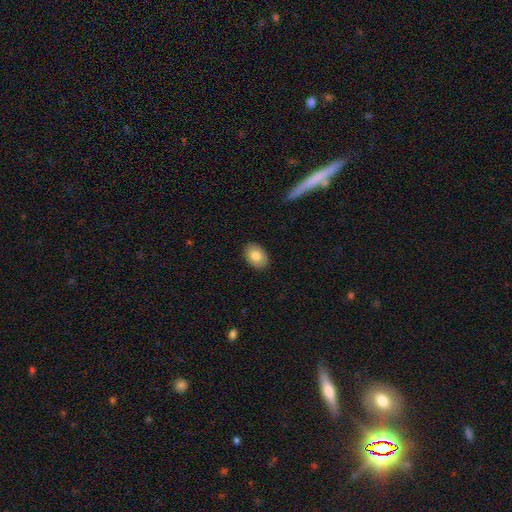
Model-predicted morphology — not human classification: Smooth or featured?
  - smooth: 83% *
  - featured or disk: 10%
  - star or artifact: 7%
How rounded?
  - in between: 79% *
  - round: 20%
  - cigar-shaped: 1%
Merging?
  - none: 89% *
  - minor disturbance: 8%
  - major disturbance: 2%
  - merger: 1%